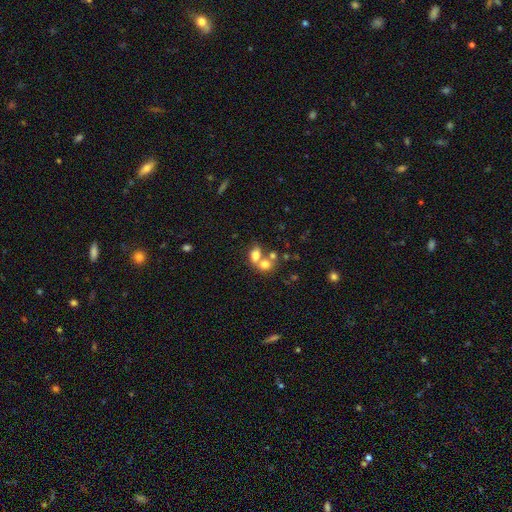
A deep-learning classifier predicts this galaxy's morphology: Smooth or featured? smooth (72%)
How rounded? in between (64%)
Merging? merger (57%)